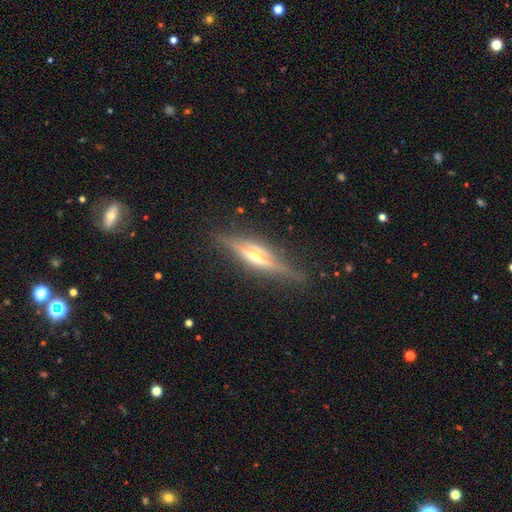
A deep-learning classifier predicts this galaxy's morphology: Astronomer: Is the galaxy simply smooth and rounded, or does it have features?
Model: featured or disk — 80%.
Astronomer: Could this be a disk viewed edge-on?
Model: yes — 96%.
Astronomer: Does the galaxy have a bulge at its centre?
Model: rounded — 88%.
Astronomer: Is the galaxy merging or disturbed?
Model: none — 84%.